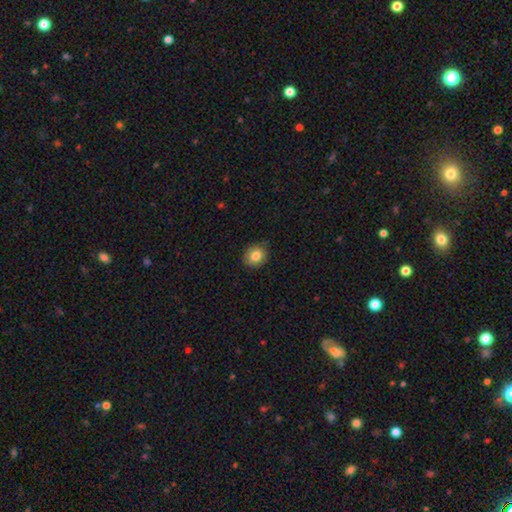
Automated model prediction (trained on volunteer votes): A smooth galaxy with no disk features (83%) that is round (71%). Merging: none (88%).